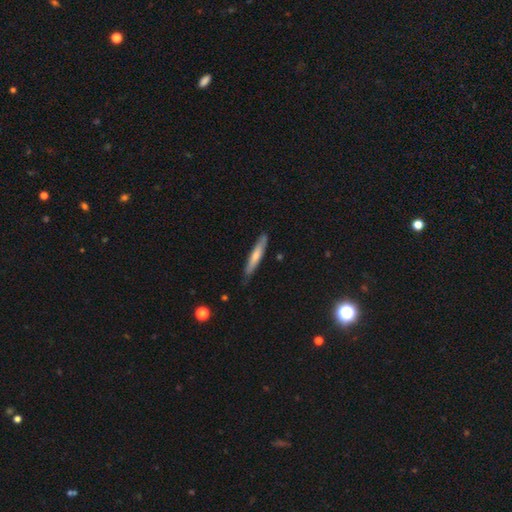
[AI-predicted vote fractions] Smooth or featured? smooth (63%)
How rounded? cigar-shaped (91%)
Merging? none (81%)